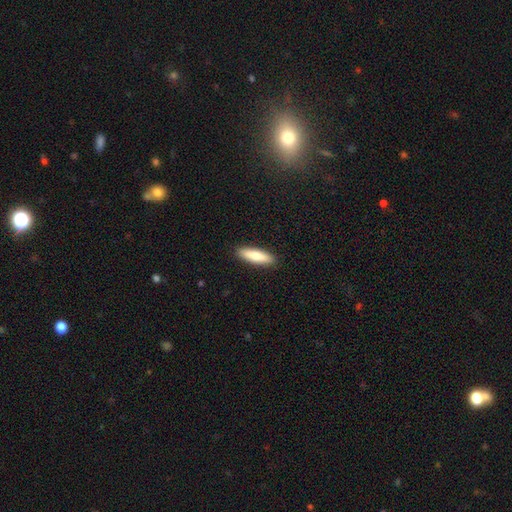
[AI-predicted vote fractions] Overall: smooth (78%). How rounded: cigar-shaped (63%; in between 36%). Merging: none (91%).